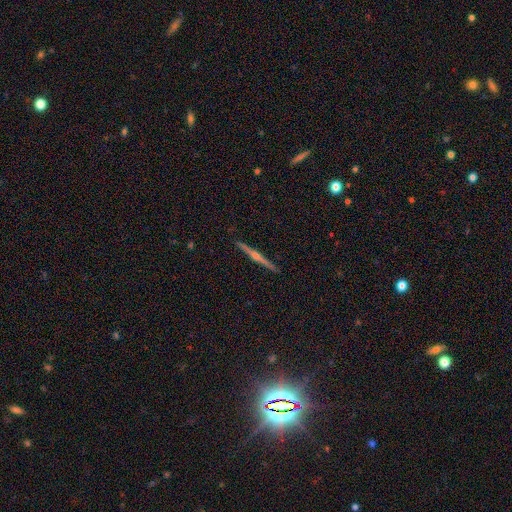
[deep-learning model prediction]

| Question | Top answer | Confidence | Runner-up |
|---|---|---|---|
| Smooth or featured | featured or disk | 79% | smooth (13%) |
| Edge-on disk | yes | 98% | no (2%) |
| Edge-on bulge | rounded | 82% | none (11%) |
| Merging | none | 92% | minor disturbance (6%) |